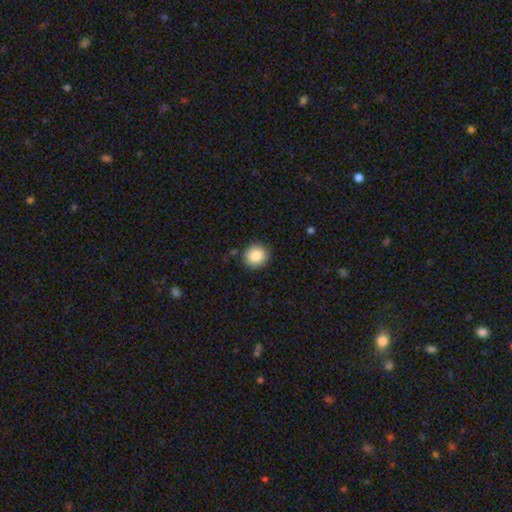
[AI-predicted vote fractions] smooth 86%, star or artifact 8%, featured or disk 5%. Down the decision tree: how rounded — round (81%); merging — none (89%).